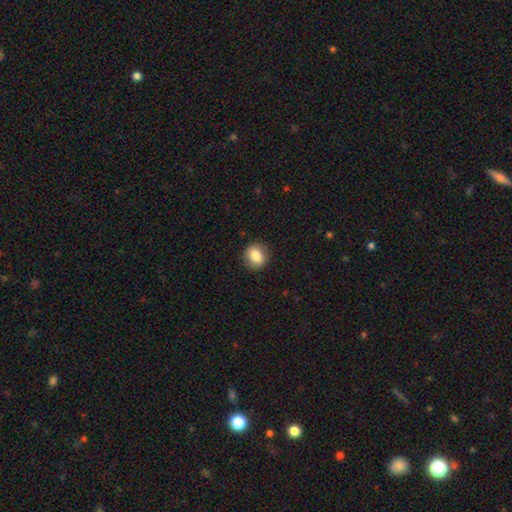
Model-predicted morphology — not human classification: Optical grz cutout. It shows a smooth galaxy with no disk features (83%) that is round (73%). Merging: none (88%).